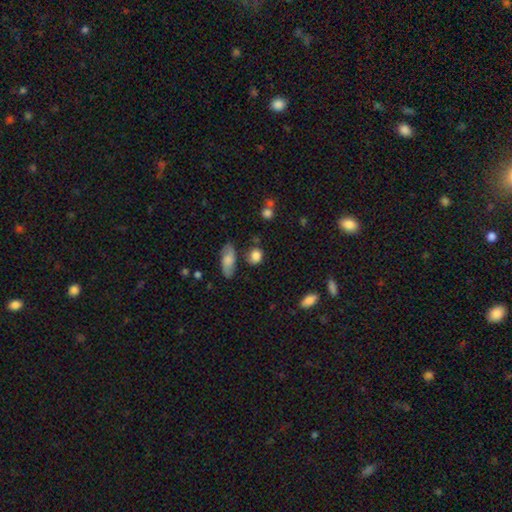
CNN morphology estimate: Overall: smooth (81%). How rounded: round (60%; in between 37%). Merging: none (71%).